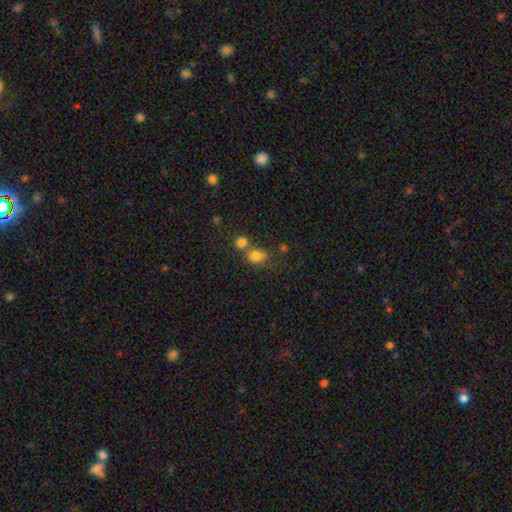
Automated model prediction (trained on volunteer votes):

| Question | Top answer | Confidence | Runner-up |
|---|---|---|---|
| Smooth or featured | smooth | 79% | star or artifact (13%) |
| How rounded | round | 67% | in between (32%) |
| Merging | none | 45% | merger (38%) |